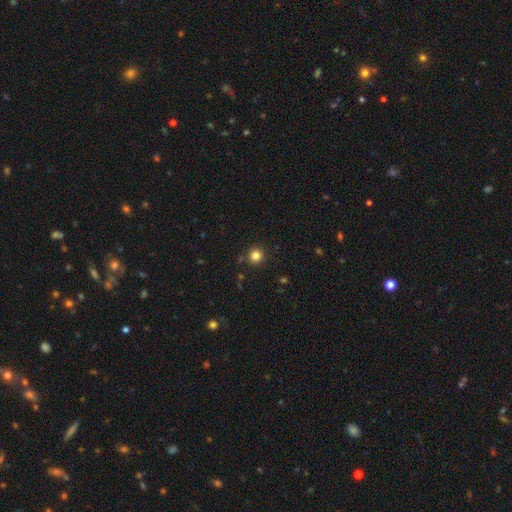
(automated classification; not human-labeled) A smooth galaxy with no disk features (83%) that is round (92%). Merging: none (90%).